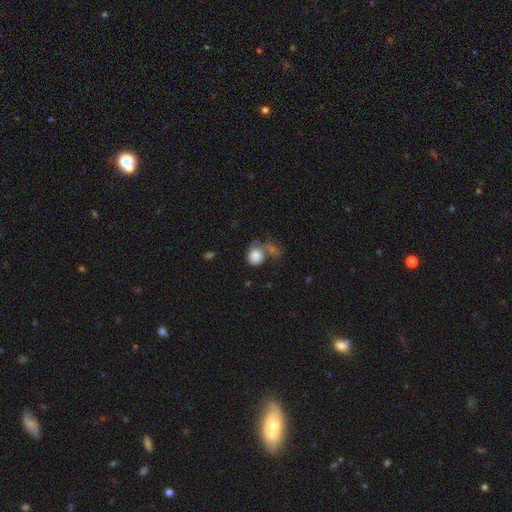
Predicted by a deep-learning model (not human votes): Smooth or featured? Predicted: smooth (p=0.80). How rounded? Predicted: round (p=0.70). Merging? Predicted: merger (p=0.33).